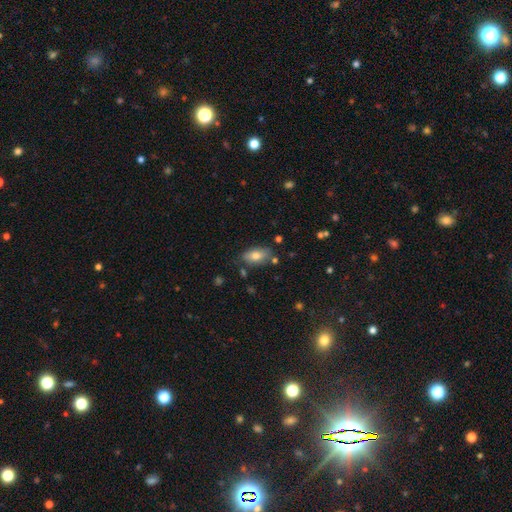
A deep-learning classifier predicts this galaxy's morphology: Overall: smooth (77%). How rounded: in between (90%). Merging: none (74%).